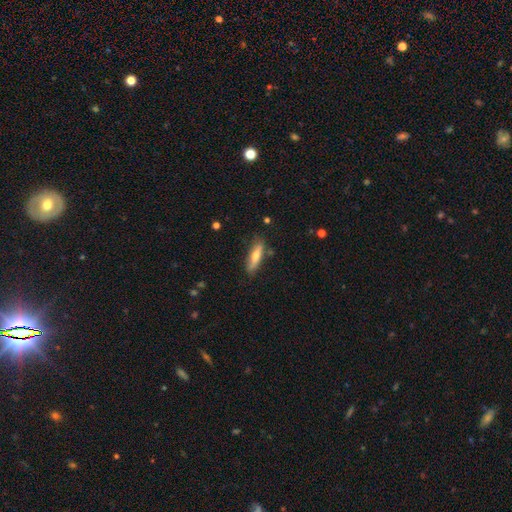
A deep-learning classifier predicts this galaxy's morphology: A smooth galaxy with no disk features (59%) that is cigar-shaped (70%).

Vote fractions:
- Smooth or featured? smooth: 59% / featured or disk: 34% / star or artifact: 7%
- How rounded? cigar-shaped: 70% / in between: 28% / round: 2%
- Merging? none: 79% / minor disturbance: 16% / major disturbance: 3% / merger: 2%